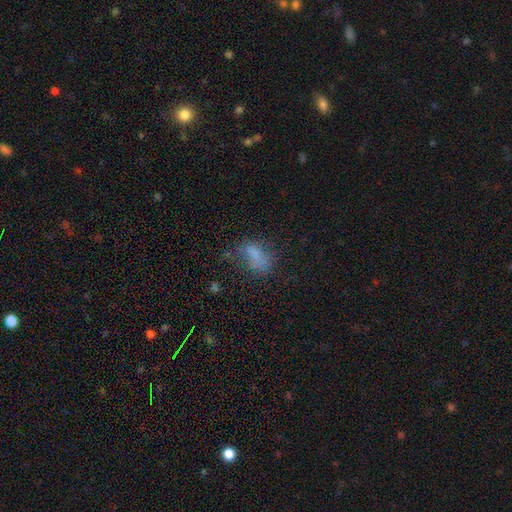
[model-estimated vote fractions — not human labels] This is likely a smooth galaxy (64%). How rounded: clearly in between (84%). Merging: marginally none (43%).